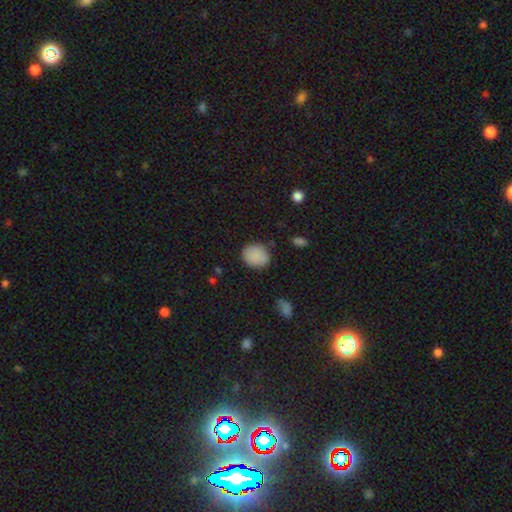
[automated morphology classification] smooth 87%, star or artifact 9%, featured or disk 5%. Down the decision tree: how rounded — round (72%); merging — none (82%).